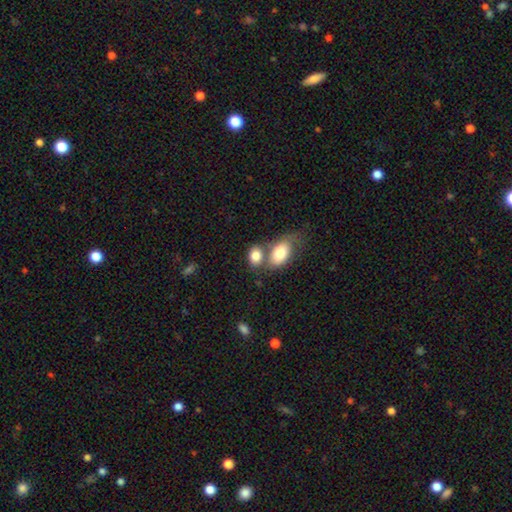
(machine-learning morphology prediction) smooth 81%, featured or disk 12%, star or artifact 7%. Down the decision tree: how rounded — in between (79%); merging — merger (49%).